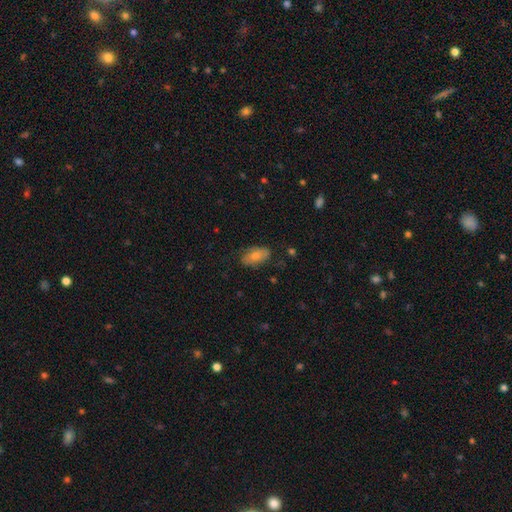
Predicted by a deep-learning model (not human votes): Smooth or featured? smooth (69%)
How rounded? in between (92%)
Merging? none (77%)